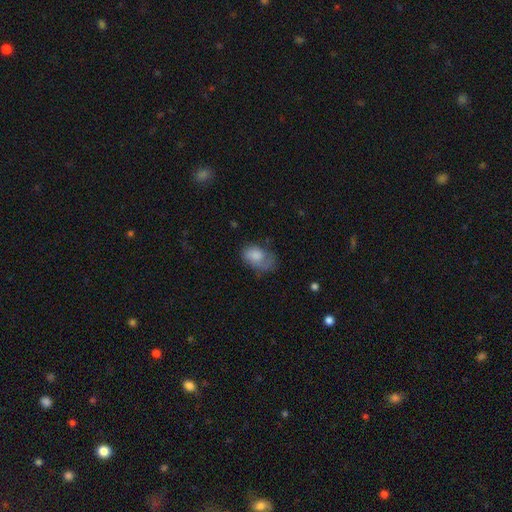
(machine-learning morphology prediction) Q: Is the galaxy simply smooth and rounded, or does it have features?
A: smooth — 73%.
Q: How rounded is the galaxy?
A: in between — 83%.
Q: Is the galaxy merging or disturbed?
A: none — 37%.